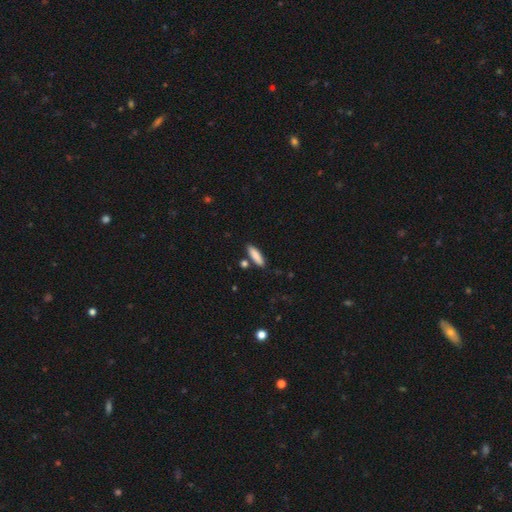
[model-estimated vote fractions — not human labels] smooth_or_featured: smooth (p=0.86) [alt: featured or disk p=0.08]
how_rounded: cigar-shaped (p=0.63) [alt: in between p=0.35]
merging: none (p=0.82) [alt: minor disturbance p=0.11]